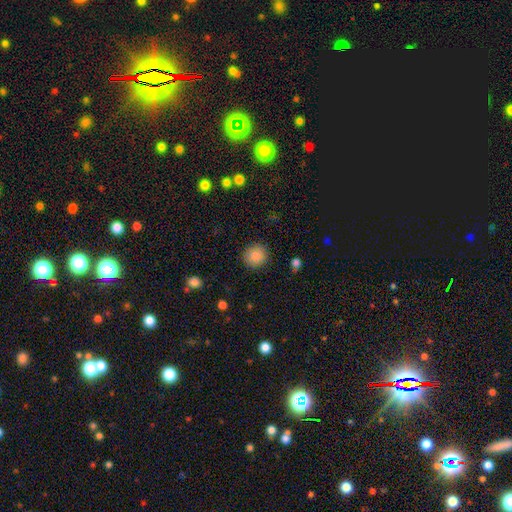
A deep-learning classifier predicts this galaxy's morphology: Smooth or featured: smooth — 87% (star or artifact — 9%)
How rounded: round — 91% (in between — 8%)
Merging: none — 90% (minor disturbance — 6%)